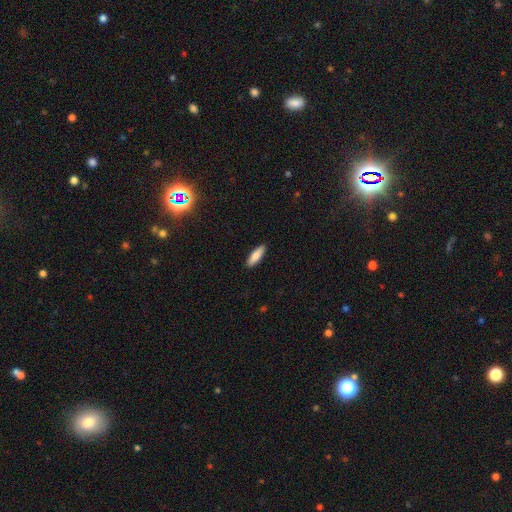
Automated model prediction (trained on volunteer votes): Smooth or featured? smooth (84%)
How rounded? cigar-shaped (51%)
Merging? none (90%)